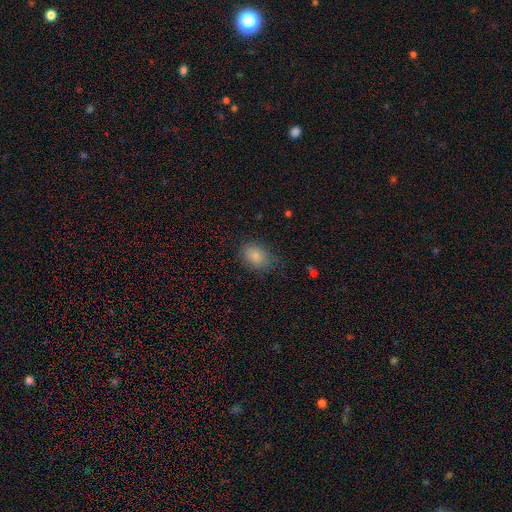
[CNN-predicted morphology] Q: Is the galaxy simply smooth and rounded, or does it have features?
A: smooth — 85%.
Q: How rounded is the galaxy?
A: in between — 77%.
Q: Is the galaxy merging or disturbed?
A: none — 76%.